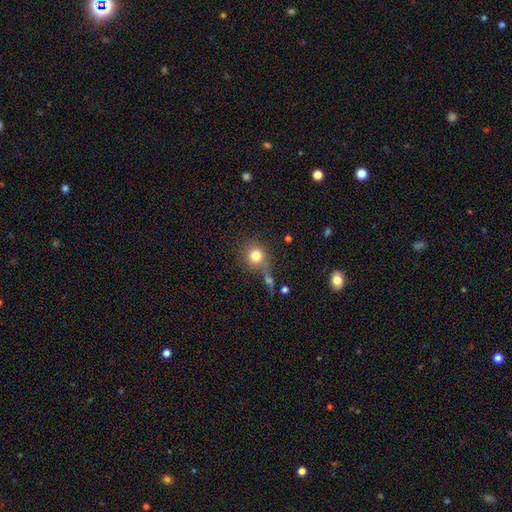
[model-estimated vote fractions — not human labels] smooth_or_featured: smooth (p=0.79) [alt: star or artifact p=0.11]
how_rounded: round (p=0.89) [alt: in between p=0.10]
merging: none (p=0.61) [alt: merger p=0.17]